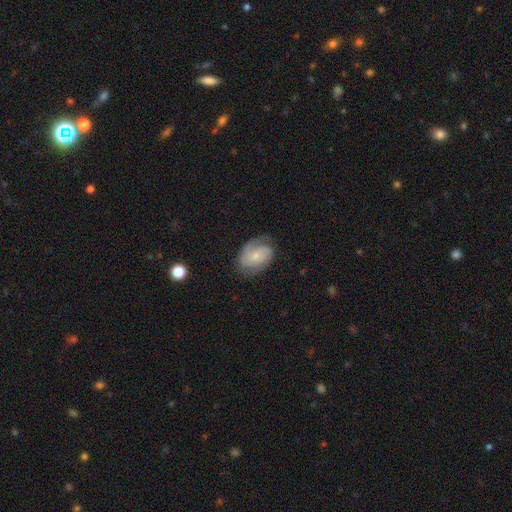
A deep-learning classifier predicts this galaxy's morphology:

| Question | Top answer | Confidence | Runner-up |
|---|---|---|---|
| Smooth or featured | featured or disk | 67% | smooth (27%) |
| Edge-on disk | no | 97% | yes (3%) |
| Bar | no | 69% | weak (27%) |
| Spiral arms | yes | 91% | no (9%) |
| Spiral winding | tight | 45% | medium (38%) |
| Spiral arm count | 2 | 55% | can't tell (19%) |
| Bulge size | small | 68% | moderate (24%) |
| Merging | none | 66% | minor disturbance (22%) |